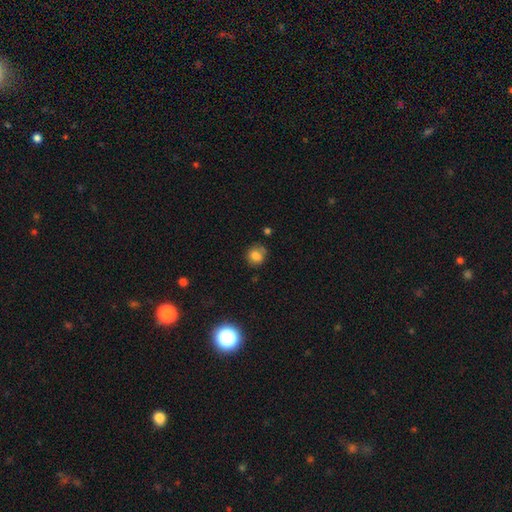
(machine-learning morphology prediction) The model was most divided on "merging": none: 62%, minor disturbance: 23%, merger: 8%, major disturbance: 8%. More confident: smooth or featured — smooth (77%); how rounded — round (74%).